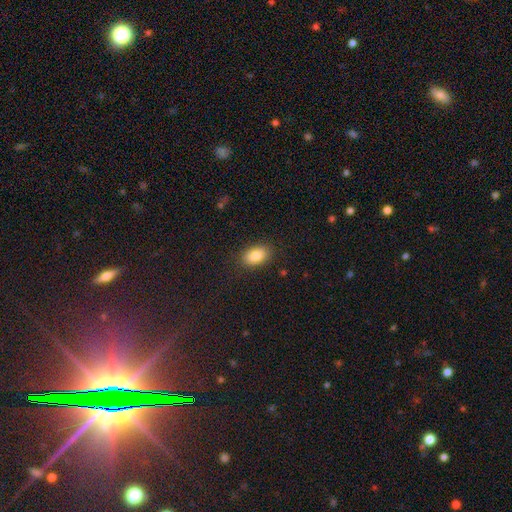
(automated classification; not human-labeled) This is clearly a smooth galaxy (84%). How rounded: clearly in between (88%). Merging: clearly none (87%).